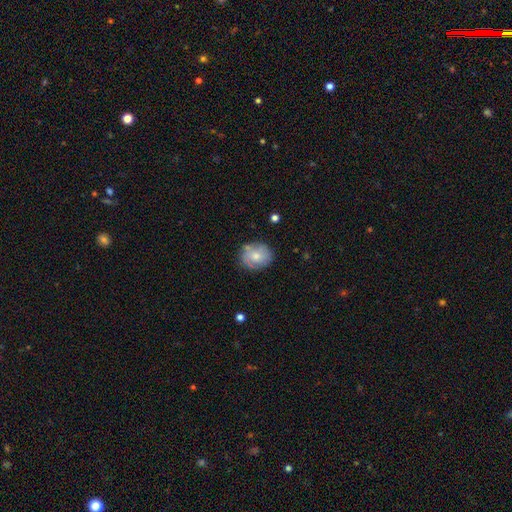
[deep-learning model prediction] A smooth galaxy with no disk features (60%) that is round (65%).

Vote fractions:
- Smooth or featured? smooth: 60% / featured or disk: 33% / star or artifact: 7%
- How rounded? round: 65% / in between: 34% / cigar-shaped: 1%
- Merging? none: 70% / minor disturbance: 21% / major disturbance: 6% / merger: 4%